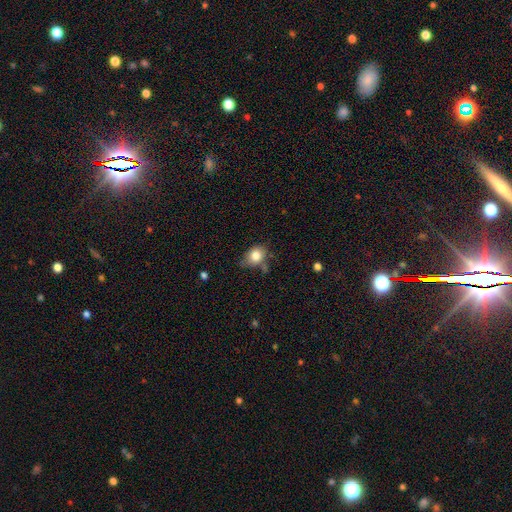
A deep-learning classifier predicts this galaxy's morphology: This appears to be a smooth galaxy with no disk features (82%) that is in between round and cigar-shaped (61%). Merging: none (57%).